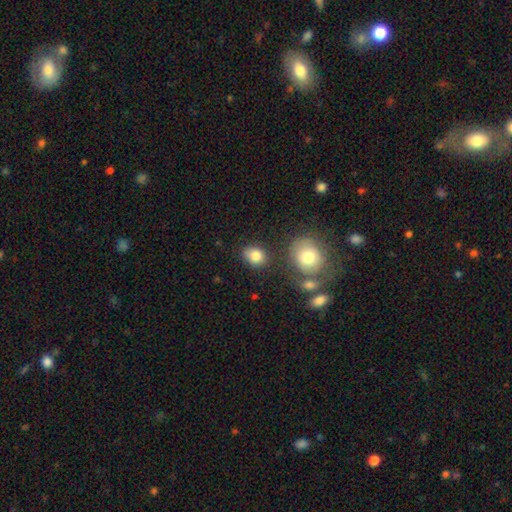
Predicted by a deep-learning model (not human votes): Overall: smooth (83%). How rounded: round (54%; in between 45%). Merging: none (73%).